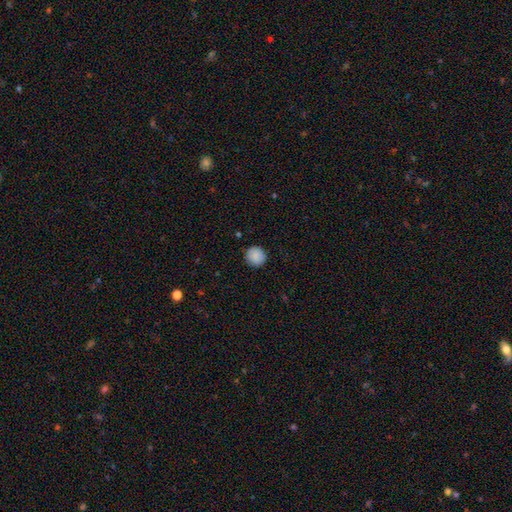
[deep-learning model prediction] The model was most divided on "smooth or featured": smooth: 88%, star or artifact: 8%, featured or disk: 4%. More confident: how rounded — round (93%); merging — none (89%).